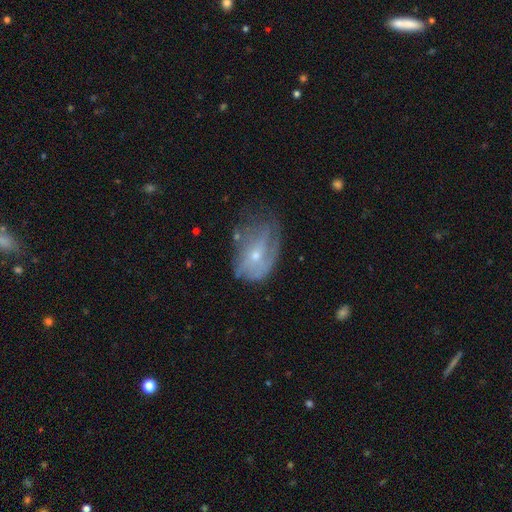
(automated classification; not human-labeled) A featured or disk galaxy (63%) with no bar (68%), spiral arms (64%) and a small central bulge (63%).

Vote fractions:
- Smooth or featured? featured or disk: 63% / smooth: 28% / star or artifact: 9%
- Edge-on disk? no: 94% / yes: 6%
- Bar? no: 68% / weak: 26% / strong: 6%
- Spiral arms? yes: 64% / no: 36%
- Bulge size? small: 63% / moderate: 33% / none: 2% / large: 1% / dominant: 1%
- Merging? none: 39% / minor disturbance: 31% / major disturbance: 26% / merger: 3%